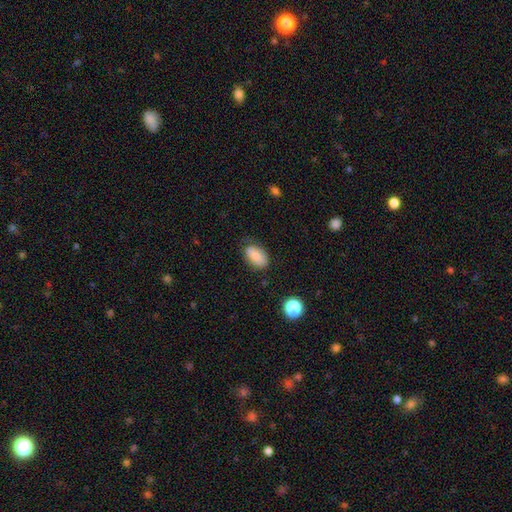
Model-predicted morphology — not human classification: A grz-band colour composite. It shows a smooth galaxy with no disk features (83%) that is in between round and cigar-shaped (92%). Merging: none (71%).